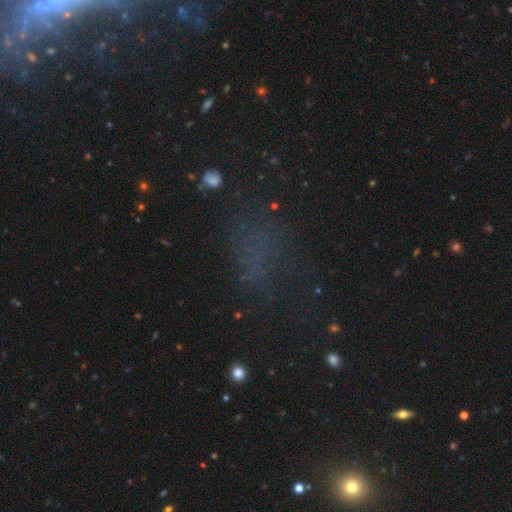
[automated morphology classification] type=star or artifact (47%).